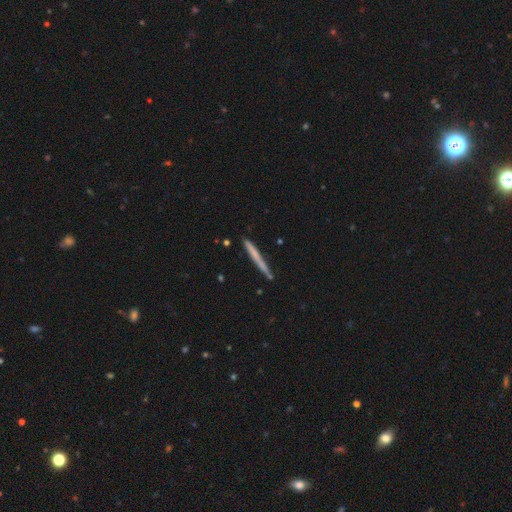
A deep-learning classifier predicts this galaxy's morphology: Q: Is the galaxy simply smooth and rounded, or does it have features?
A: smooth — 56%.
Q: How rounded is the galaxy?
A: cigar-shaped — 97%.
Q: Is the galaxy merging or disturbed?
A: none — 86%.